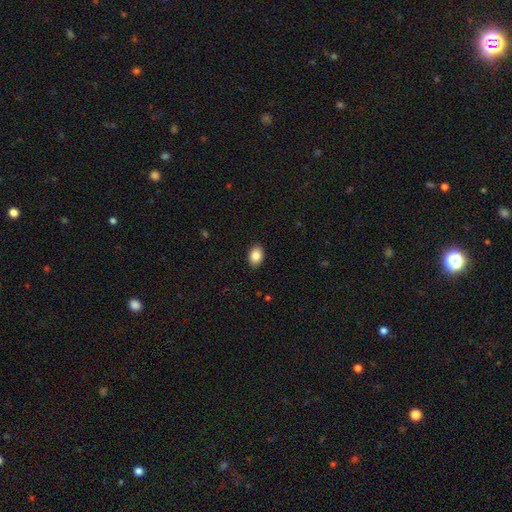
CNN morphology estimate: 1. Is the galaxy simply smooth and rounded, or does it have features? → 86% smooth, 8% star or artifact, 6% featured or disk.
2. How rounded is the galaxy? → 81% in between, 18% round, 1% cigar-shaped.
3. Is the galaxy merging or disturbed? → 90% none, 7% minor disturbance, 2% major disturbance, 1% merger.